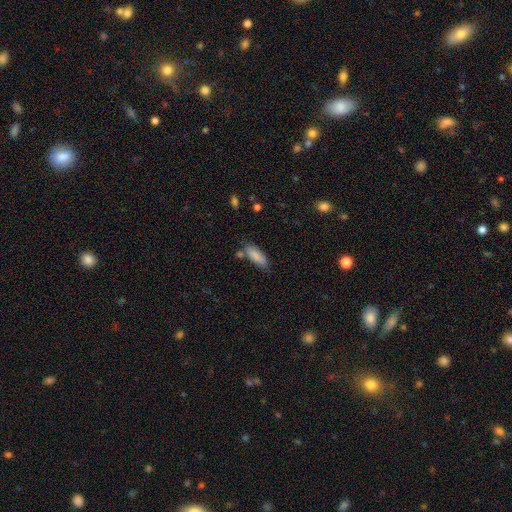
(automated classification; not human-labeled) Overall: smooth (86%). How rounded: in between (66%; cigar-shaped 32%). Merging: none (67%).